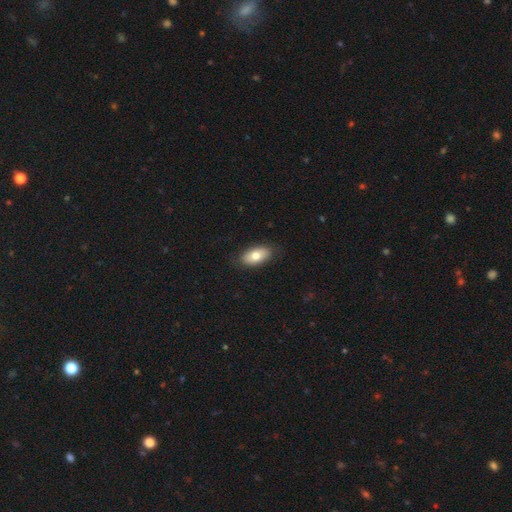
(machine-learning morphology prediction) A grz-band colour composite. It shows a smooth galaxy with no disk features (75%) that is in between round and cigar-shaped (92%). Merging: none (86%).